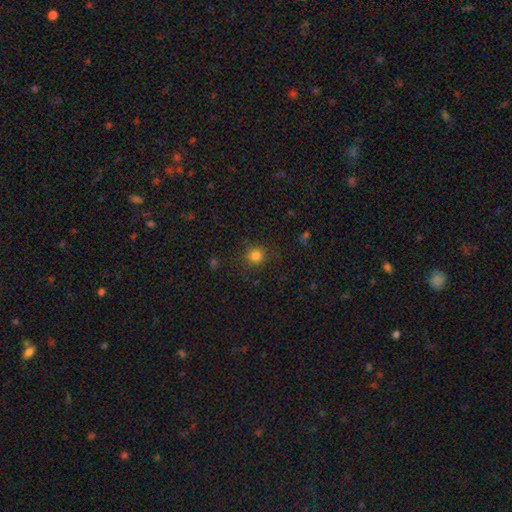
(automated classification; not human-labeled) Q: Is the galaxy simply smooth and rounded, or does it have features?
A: smooth — 81%.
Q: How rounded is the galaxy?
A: round — 89%.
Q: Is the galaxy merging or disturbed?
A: none — 86%.